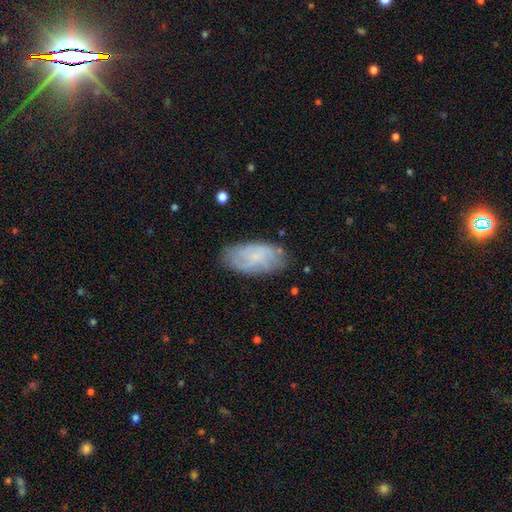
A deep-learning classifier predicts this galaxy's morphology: Q: Smooth or featured?
A: smooth (51%); runner-up: featured or disk (39%)
Q: How rounded?
A: in between (91%); runner-up: cigar-shaped (5%)
Q: Merging?
A: none (74%); runner-up: minor disturbance (19%)